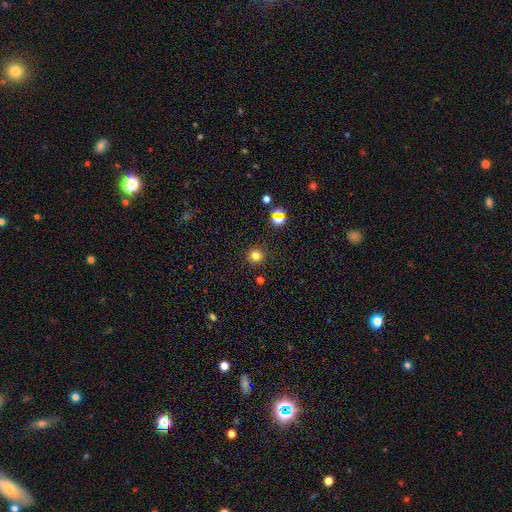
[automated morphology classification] Q: Smooth or featured?
A: smooth (77%); runner-up: star or artifact (18%)
Q: How rounded?
A: round (95%); runner-up: in between (4%)
Q: Merging?
A: none (91%); runner-up: minor disturbance (5%)